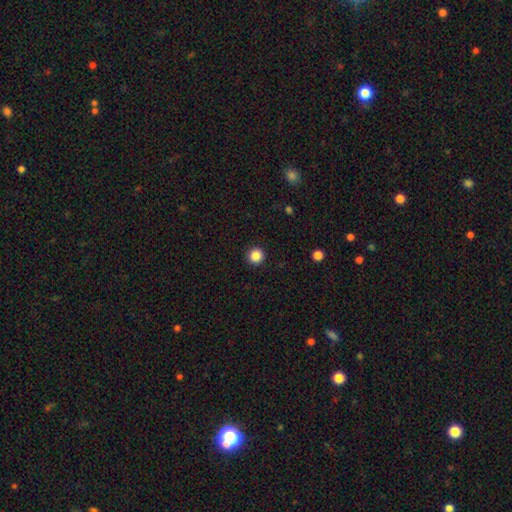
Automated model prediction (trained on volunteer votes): Smooth or featured: smooth — 86% (star or artifact — 11%)
How rounded: round — 96% (in between — 3%)
Merging: none — 93% (minor disturbance — 4%)